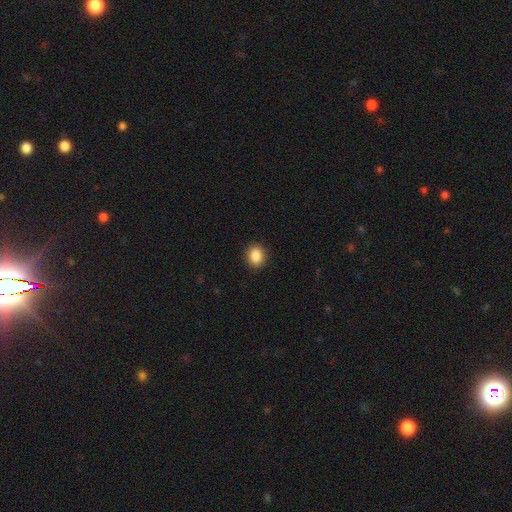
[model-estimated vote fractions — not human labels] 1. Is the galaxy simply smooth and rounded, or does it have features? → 88% smooth, 9% star or artifact, 3% featured or disk.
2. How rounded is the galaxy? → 61% round, 38% in between, 1% cigar-shaped.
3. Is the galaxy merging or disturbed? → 91% none, 7% minor disturbance, 2% major disturbance, 1% merger.